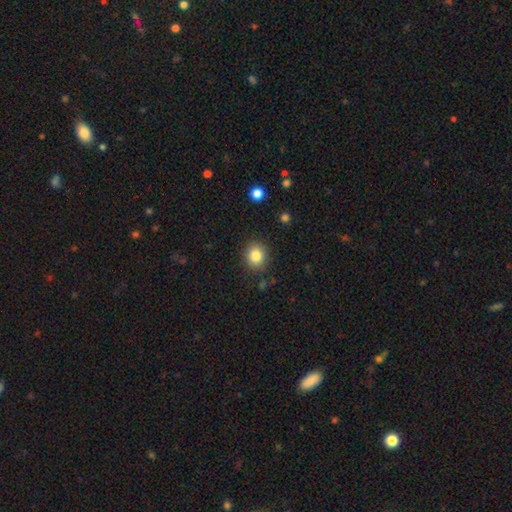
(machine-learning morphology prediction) The model was most divided on "how rounded": round: 78%, in between: 21%, cigar-shaped: 1%. More confident: merging — none (88%); smooth or featured — smooth (83%).